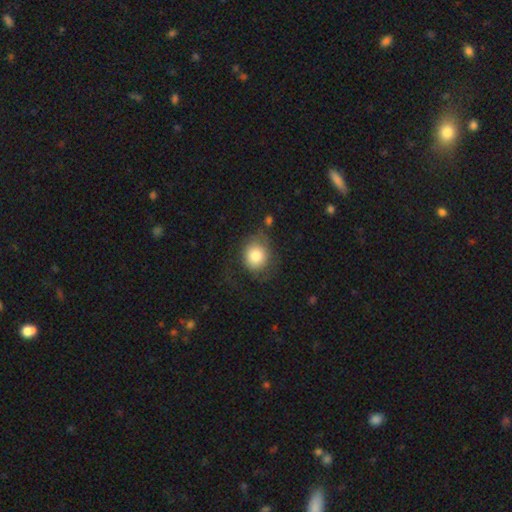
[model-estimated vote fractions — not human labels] A smooth galaxy with no disk features (79%) that is round (73%). Merging: none (58%).